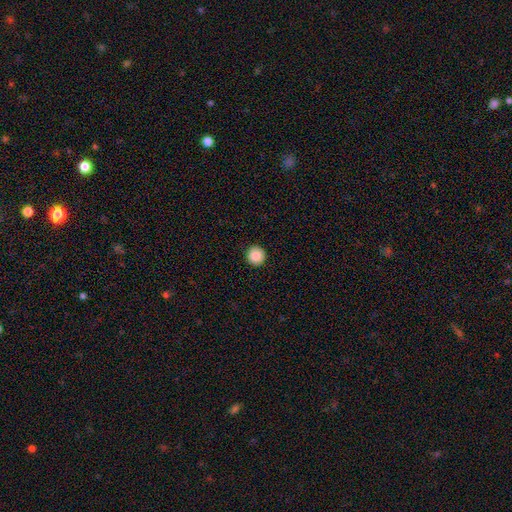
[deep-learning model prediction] Smooth or featured? smooth (88%)
How rounded? round (95%)
Merging? none (93%)